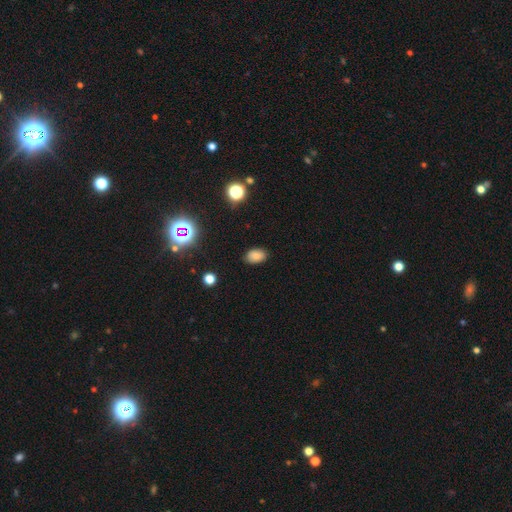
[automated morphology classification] Smooth or featured: smooth — 82% (star or artifact — 13%)
How rounded: in between — 87% (round — 12%)
Merging: none — 85% (minor disturbance — 11%)